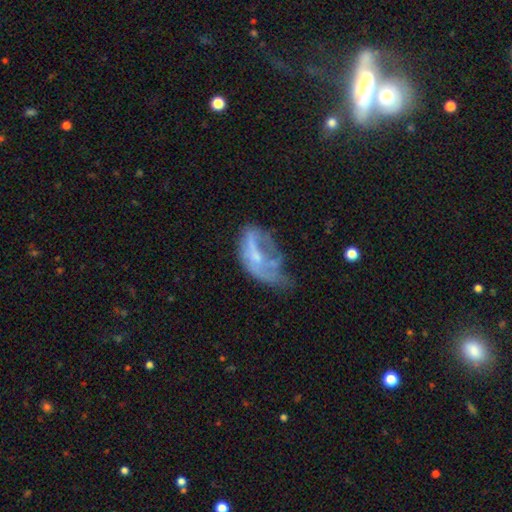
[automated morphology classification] Smooth or featured? Predicted: featured or disk (p=0.55). Edge-on disk? Predicted: no (p=0.94). Bar? Predicted: no (p=0.69). Spiral arms? Predicted: no (p=0.73). Bulge size? Predicted: small (p=0.51). Merging? Predicted: major disturbance (p=0.43).